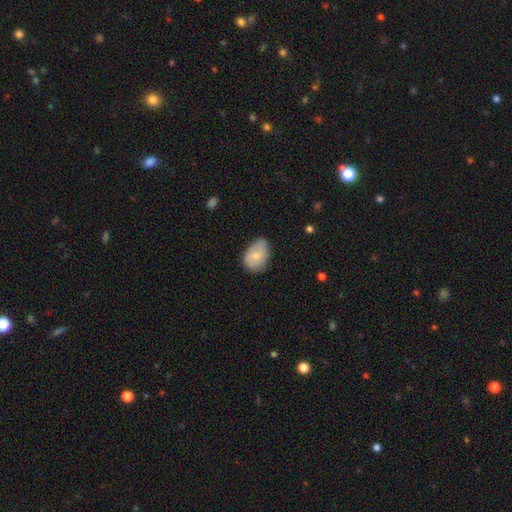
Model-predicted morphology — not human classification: type=smooth (73%); roundness=in between (84%); merging=none (64%).